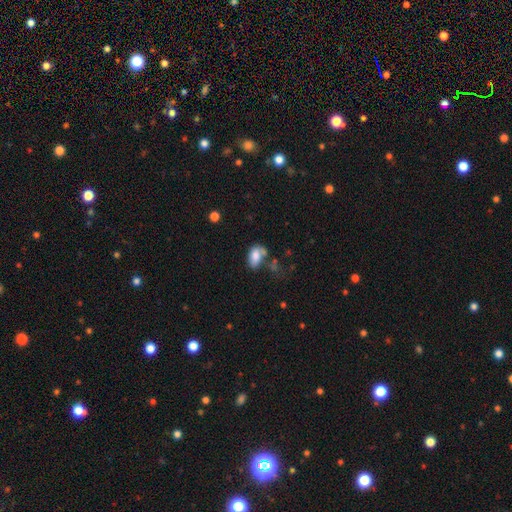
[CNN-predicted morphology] smooth-or-featured: smooth: 78% | featured or disk: 14% | star or artifact: 9%
  how-rounded: in between: 90% | round: 9% | cigar-shaped: 2%
  merging: none: 37% | minor disturbance: 24% | merger: 24% | major disturbance: 15%